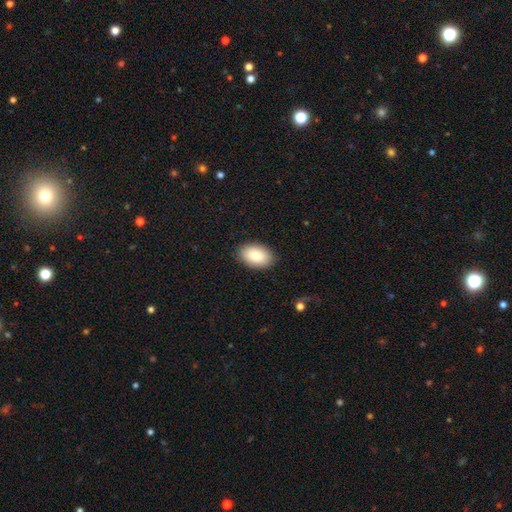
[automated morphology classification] Smooth or featured: smooth — 88% (star or artifact — 6%)
How rounded: in between — 93% (round — 6%)
Merging: none — 88% (minor disturbance — 9%)